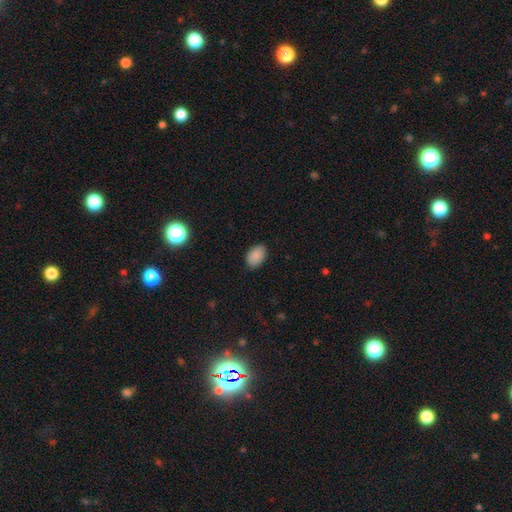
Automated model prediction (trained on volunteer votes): Smooth or featured? smooth (88%)
How rounded? in between (89%)
Merging? none (86%)